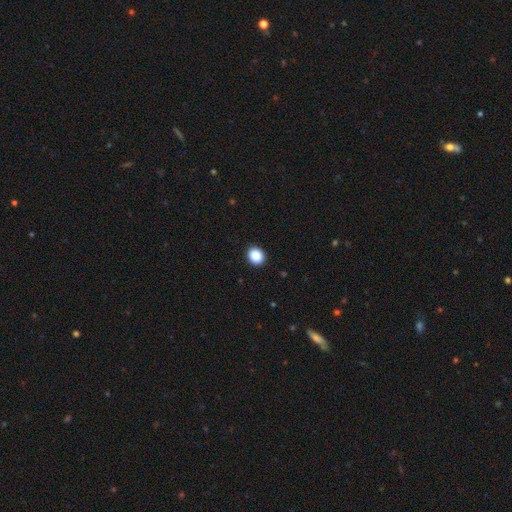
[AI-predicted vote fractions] Smooth or featured? smooth (88%)
How rounded? round (69%)
Merging? none (92%)